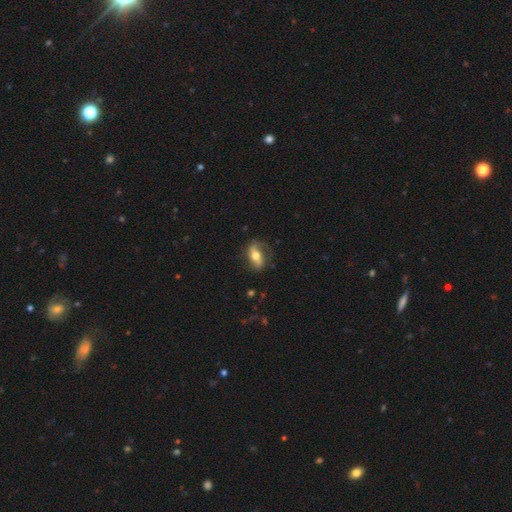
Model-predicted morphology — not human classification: featured or disk 49%, smooth 44%, star or artifact 7%. Down the decision tree: merging — none (72%).